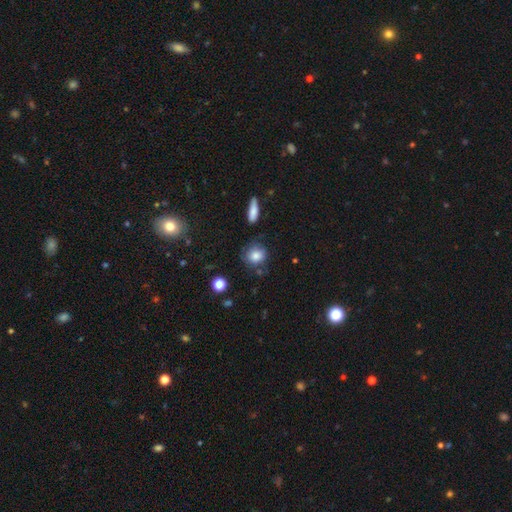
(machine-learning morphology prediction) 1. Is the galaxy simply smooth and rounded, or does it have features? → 79% smooth, 12% featured or disk, 10% star or artifact.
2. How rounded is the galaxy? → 75% round, 23% in between, 2% cigar-shaped.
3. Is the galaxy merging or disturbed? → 63% none, 24% minor disturbance, 8% major disturbance, 4% merger.